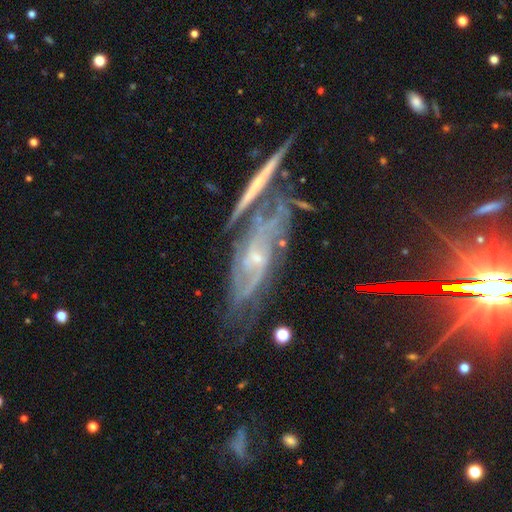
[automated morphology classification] The model was most divided on "spiral winding": tight: 42%, medium: 40%, loose: 17%. Remaining: spiral arms — yes (89%); smooth or featured — featured or disk (82%); edge-on disk — no (81%); bulge size — small (69%); bar — no (53%); merging — none (43%); spiral arm count — can't tell (42%).